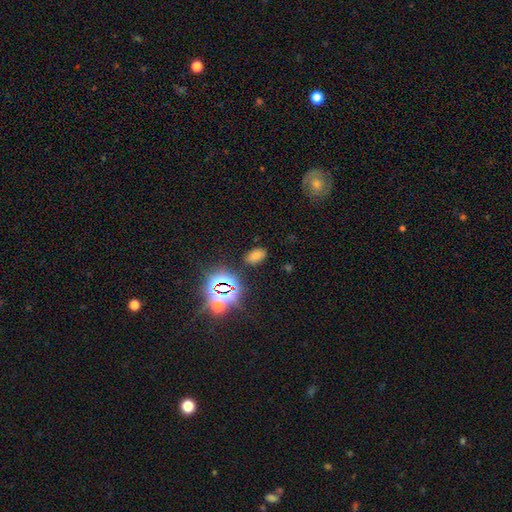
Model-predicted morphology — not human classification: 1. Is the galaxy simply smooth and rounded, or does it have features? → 66% smooth, 27% star or artifact, 7% featured or disk.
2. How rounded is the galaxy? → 91% in between, 7% round, 2% cigar-shaped.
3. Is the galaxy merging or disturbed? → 84% none, 10% minor disturbance, 3% major disturbance, 3% merger.